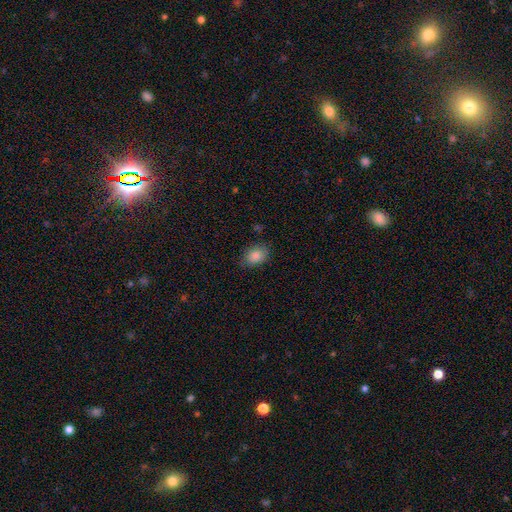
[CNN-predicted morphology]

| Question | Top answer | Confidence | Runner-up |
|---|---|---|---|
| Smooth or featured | smooth | 85% | star or artifact (8%) |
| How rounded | in between | 79% | round (20%) |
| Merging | none | 78% | minor disturbance (17%) |